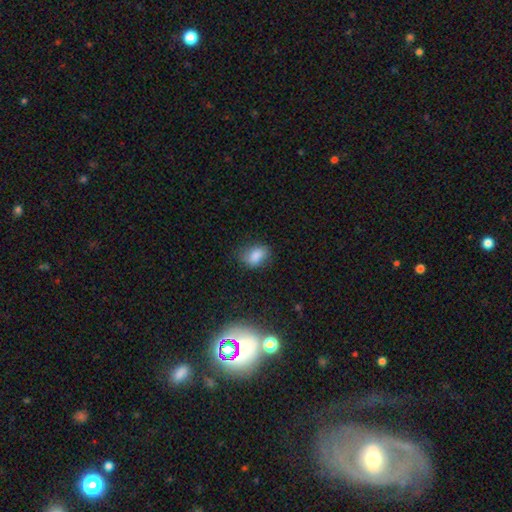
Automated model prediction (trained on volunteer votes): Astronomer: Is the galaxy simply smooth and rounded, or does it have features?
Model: smooth — 83%.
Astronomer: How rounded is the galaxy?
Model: in between — 80%.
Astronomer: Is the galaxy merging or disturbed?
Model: none — 68%.